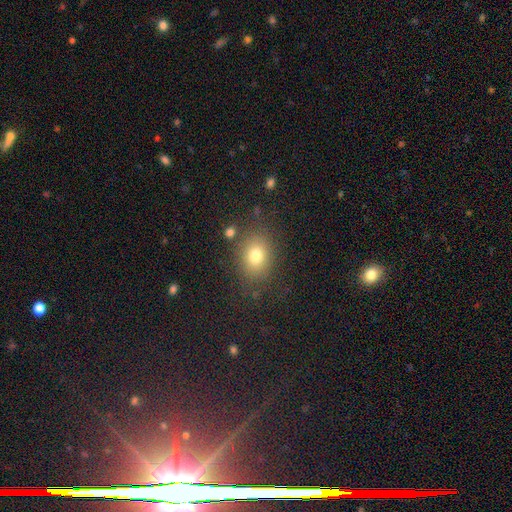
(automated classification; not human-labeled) Smooth or featured?
  - smooth: 76% *
  - star or artifact: 13%
  - featured or disk: 11%
How rounded?
  - in between: 59% *
  - round: 40%
  - cigar-shaped: 1%
Merging?
  - none: 79% *
  - minor disturbance: 12%
  - major disturbance: 5%
  - merger: 3%